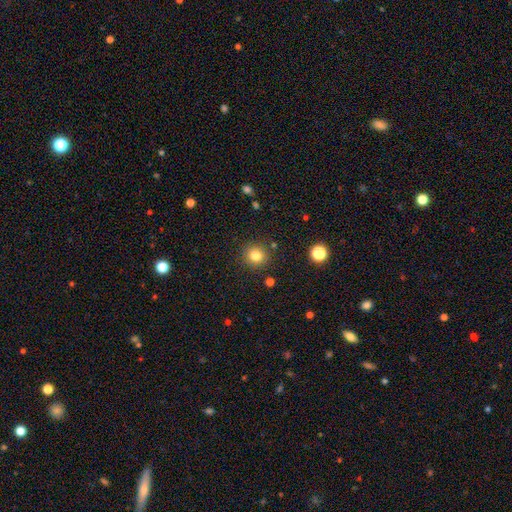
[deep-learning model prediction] Smooth or featured?
  - smooth: 82% *
  - star or artifact: 12%
  - featured or disk: 6%
How rounded?
  - round: 92% *
  - in between: 7%
  - cigar-shaped: 1%
Merging?
  - none: 88% *
  - minor disturbance: 7%
  - major disturbance: 2%
  - merger: 2%